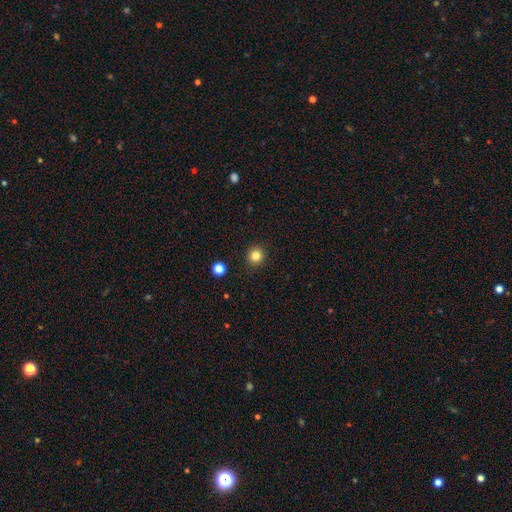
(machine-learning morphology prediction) smooth_or_featured: smooth (p=0.83) [alt: star or artifact p=0.12]
how_rounded: round (p=0.91) [alt: in between p=0.09]
merging: none (p=0.91) [alt: minor disturbance p=0.06]